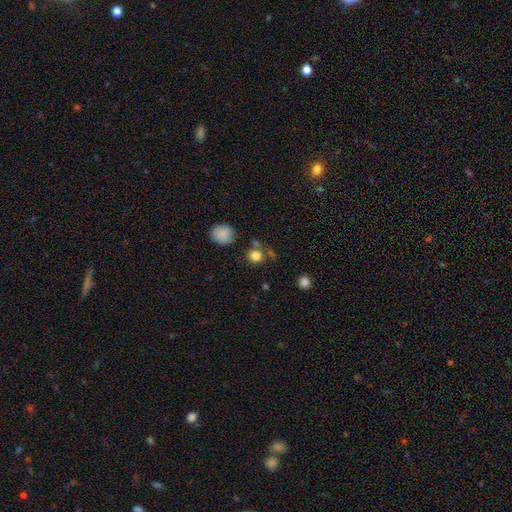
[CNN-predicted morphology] Overall: smooth (81%). How rounded: round (88%). Merging: none (69%).